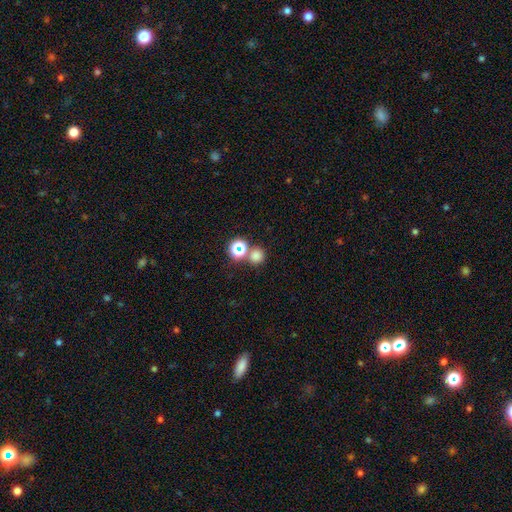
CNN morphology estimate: A smooth galaxy with no disk features (70%) that is round (89%).

Vote fractions:
- Smooth or featured? smooth: 70% / star or artifact: 24% / featured or disk: 6%
- How rounded? round: 89% / in between: 10% / cigar-shaped: 1%
- Merging? none: 68% / merger: 21% / minor disturbance: 7% / major disturbance: 3%